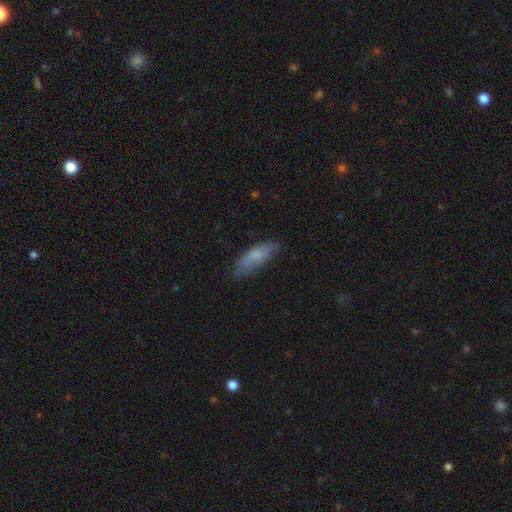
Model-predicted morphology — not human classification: smooth-or-featured: smooth: 70% | featured or disk: 23% | star or artifact: 7%
  how-rounded: in between: 61% | cigar-shaped: 37% | round: 2%
  merging: none: 66% | minor disturbance: 25% | major disturbance: 7% | merger: 2%